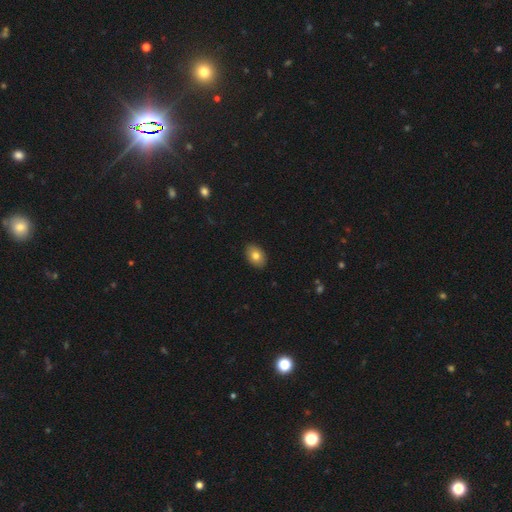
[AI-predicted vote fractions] Smooth or featured? Predicted: smooth (p=0.81). How rounded? Predicted: in between (p=0.81). Merging? Predicted: none (p=0.90).